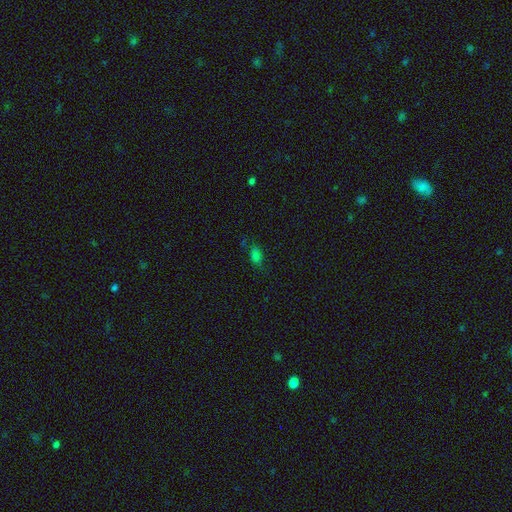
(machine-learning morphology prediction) Smooth or featured? smooth (74%)
How rounded? in between (87%)
Merging? none (66%)